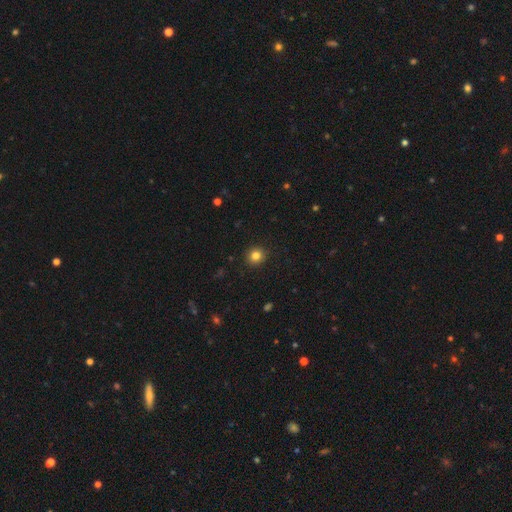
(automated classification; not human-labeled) smooth 83%, star or artifact 12%, featured or disk 5%. Down the decision tree: how rounded — round (89%); merging — none (91%).